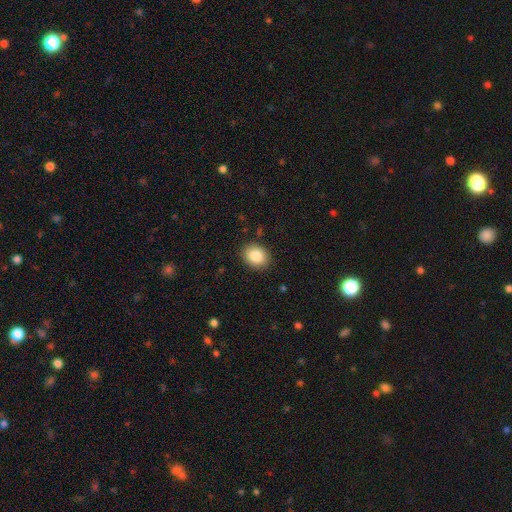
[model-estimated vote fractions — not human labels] Overall: smooth (86%). How rounded: in between (55%; round 44%). Merging: none (88%).